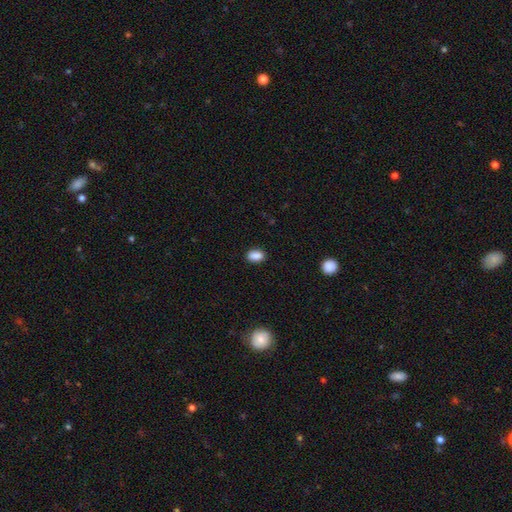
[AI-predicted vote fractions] Q: Smooth or featured?
A: smooth (88%); runner-up: star or artifact (9%)
Q: How rounded?
A: in between (85%); runner-up: round (13%)
Q: Merging?
A: none (86%); runner-up: minor disturbance (11%)